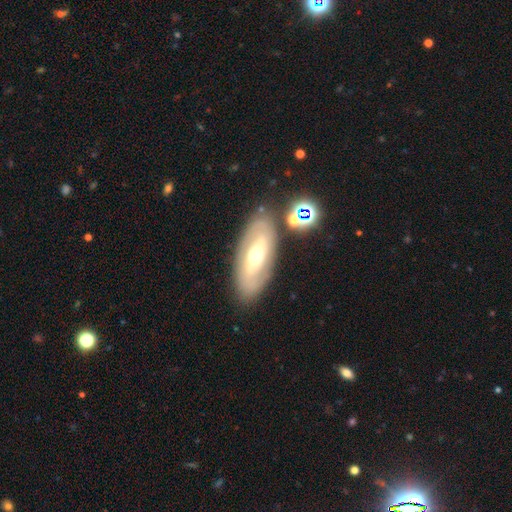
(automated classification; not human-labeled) Q: Smooth or featured?
A: featured or disk (63%); runner-up: smooth (29%)
Q: Edge-on disk?
A: no (85%); runner-up: yes (15%)
Q: Bar?
A: no (49%); runner-up: weak (31%)
Q: Spiral arms?
A: no (51%); runner-up: yes (49%)
Q: Bulge size?
A: moderate (72%); runner-up: small (16%)
Q: Merging?
A: none (80%); runner-up: minor disturbance (12%)